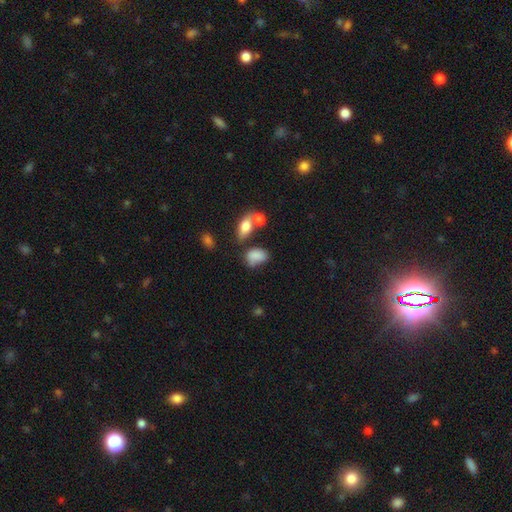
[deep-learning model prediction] This is clearly a smooth galaxy (83%). How rounded: clearly in between (84%). Merging: possibly none (47%).